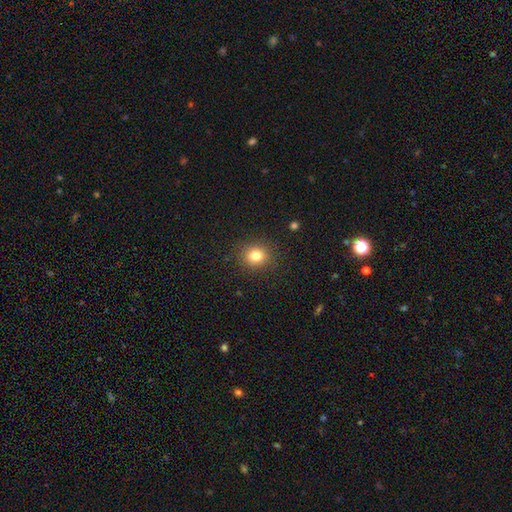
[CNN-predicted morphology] This is clearly a smooth galaxy (80%). How rounded: likely round (79%). Merging: clearly none (89%).